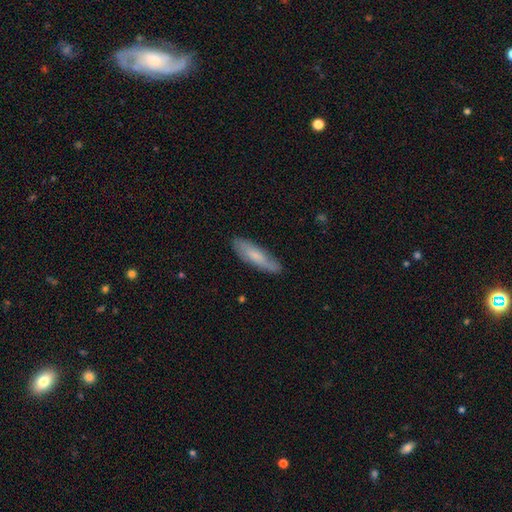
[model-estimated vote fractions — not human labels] The model was most divided on "how rounded": cigar-shaped: 65%, in between: 33%, round: 2%. More confident: merging — none (81%); smooth or featured — smooth (66%).